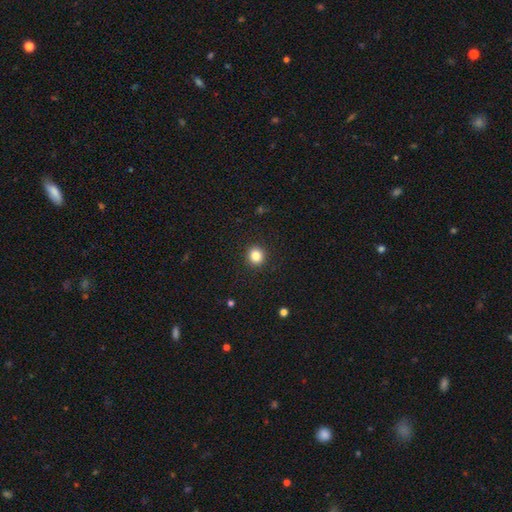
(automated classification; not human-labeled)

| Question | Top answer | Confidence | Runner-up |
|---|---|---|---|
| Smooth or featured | smooth | 84% | star or artifact (11%) |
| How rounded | round | 90% | in between (9%) |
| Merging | none | 92% | minor disturbance (5%) |